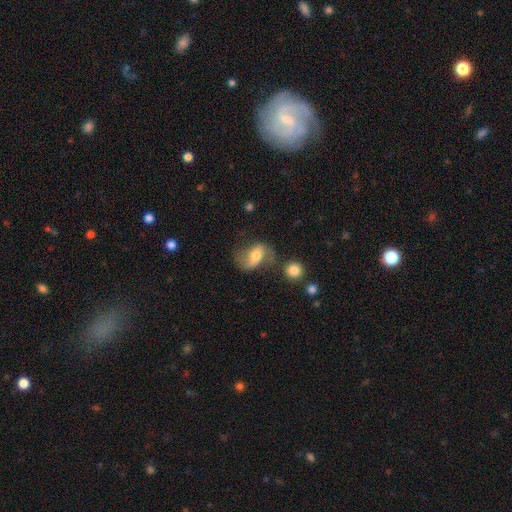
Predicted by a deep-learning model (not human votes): smooth_or_featured: featured or disk (p=0.67) [alt: smooth p=0.25]
disk_edge_on: no (p=0.95) [alt: yes p=0.05]
bar: weak (p=0.41) [alt: no p=0.32]
has_spiral_arms: yes (p=0.89) [alt: no p=0.11]
spiral_winding: loose (p=0.67) [alt: medium p=0.26]
spiral_arm_count: 2 (p=0.89) [alt: can't tell p=0.04]
bulge_size: moderate (p=0.62) [alt: small p=0.25]
merging: none (p=0.57) [alt: minor disturbance p=0.21]